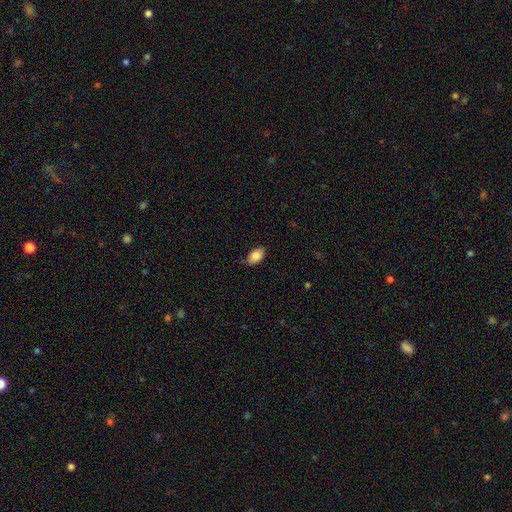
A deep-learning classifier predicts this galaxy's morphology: Smooth or featured? Predicted: smooth (p=0.84). How rounded? Predicted: in between (p=0.92). Merging? Predicted: none (p=0.72).